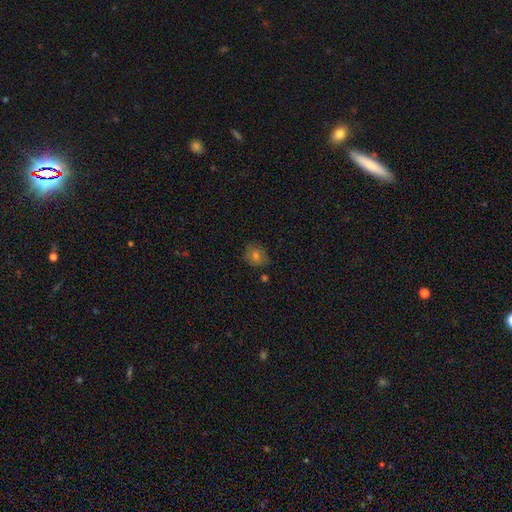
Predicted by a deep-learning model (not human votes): The model was most divided on "how rounded": round: 67%, in between: 32%, cigar-shaped: 1%. More confident: merging — none (77%); smooth or featured — smooth (64%).